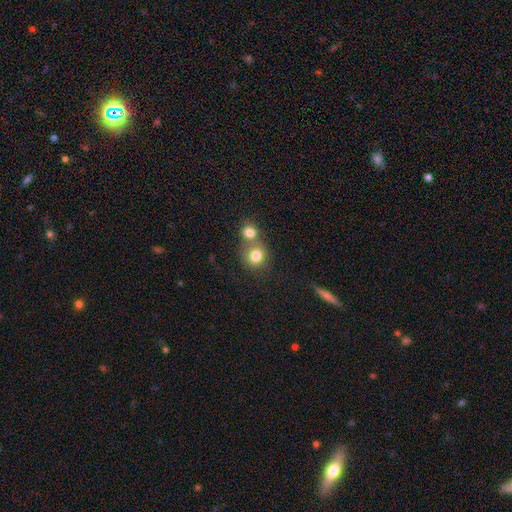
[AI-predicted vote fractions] Smooth or featured? Predicted: smooth (p=0.80). How rounded? Predicted: round (p=0.84). Merging? Predicted: merger (p=0.48).